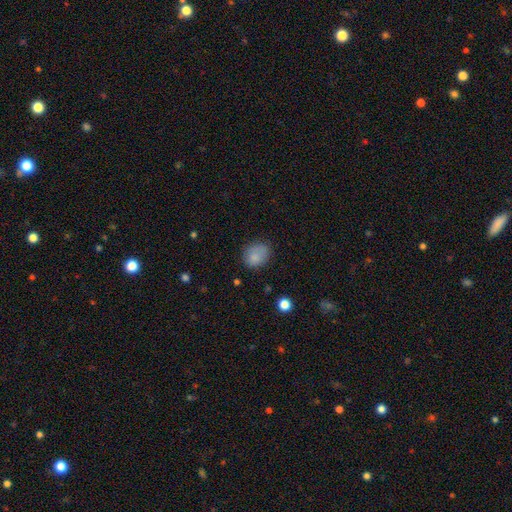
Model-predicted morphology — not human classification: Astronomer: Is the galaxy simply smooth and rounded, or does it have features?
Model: smooth — 83%.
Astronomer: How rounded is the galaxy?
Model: round — 61% (runner-up: in between, 38%).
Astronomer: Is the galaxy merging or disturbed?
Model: none — 73%.